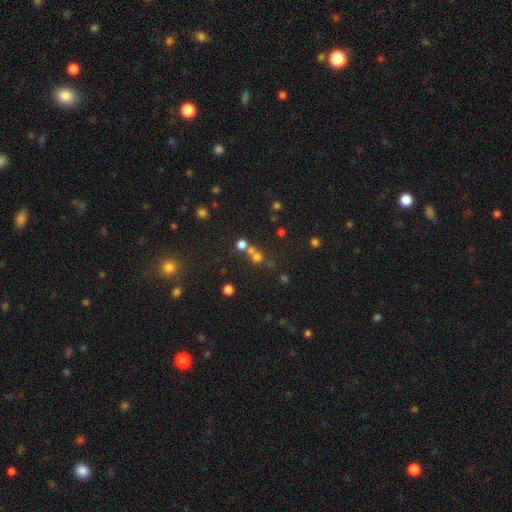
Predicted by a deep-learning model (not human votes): Smooth or featured: smooth — 59% (star or artifact — 29%)
How rounded: round — 88% (in between — 11%)
Merging: none — 50% (merger — 39%)